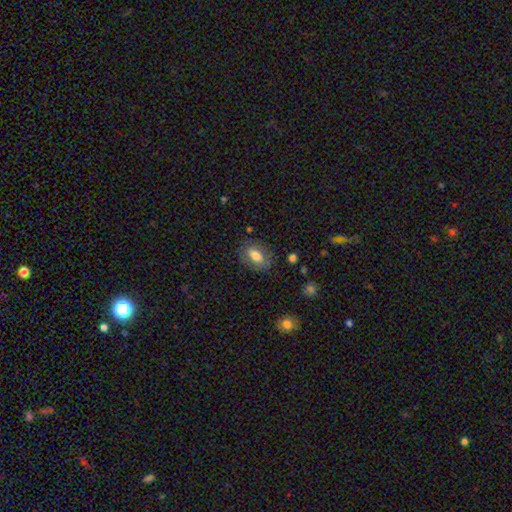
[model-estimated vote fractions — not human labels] smooth-or-featured: smooth: 72% | featured or disk: 20% | star or artifact: 8%
  how-rounded: in between: 84% | round: 13% | cigar-shaped: 4%
  merging: none: 79% | minor disturbance: 14% | major disturbance: 5% | merger: 2%